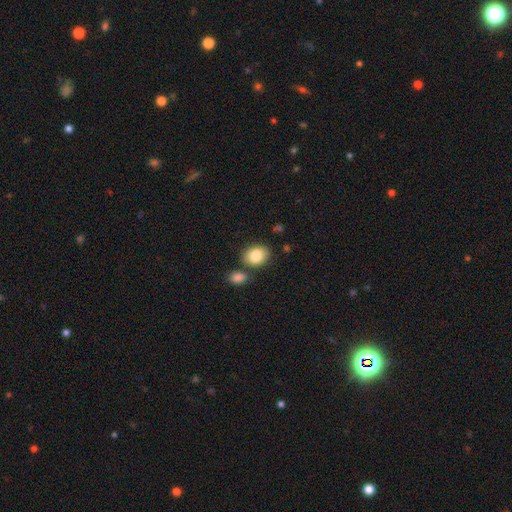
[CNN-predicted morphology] smooth_or_featured: smooth (p=0.84) [alt: featured or disk p=0.09]
how_rounded: in between (p=0.70) [alt: round p=0.29]
merging: none (p=0.71) [alt: merger p=0.13]